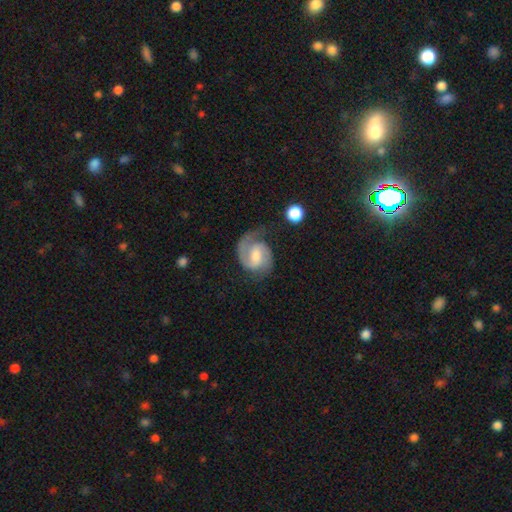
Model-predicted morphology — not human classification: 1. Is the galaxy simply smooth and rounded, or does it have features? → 85% featured or disk, 10% smooth, 5% star or artifact.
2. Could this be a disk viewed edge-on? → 98% no, 2% yes.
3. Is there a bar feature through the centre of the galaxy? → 51% weak, 33% no, 16% strong.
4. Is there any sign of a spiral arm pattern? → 97% yes, 3% no.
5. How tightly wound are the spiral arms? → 51% medium, 34% tight, 15% loose.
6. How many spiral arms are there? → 83% 2, 10% 1, 4% can't tell, 1% 3, 1% 4, 1% more than 4.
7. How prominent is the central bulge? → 47% moderate, 25% small, 15% large, 12% none, 2% dominant.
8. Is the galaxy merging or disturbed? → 62% none, 21% minor disturbance, 14% major disturbance, 3% merger.